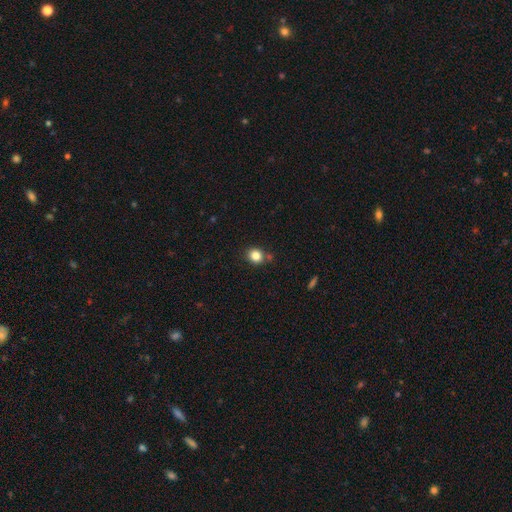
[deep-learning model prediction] This is clearly a smooth galaxy (84%). How rounded: likely round (76%). Merging: likely none (76%).